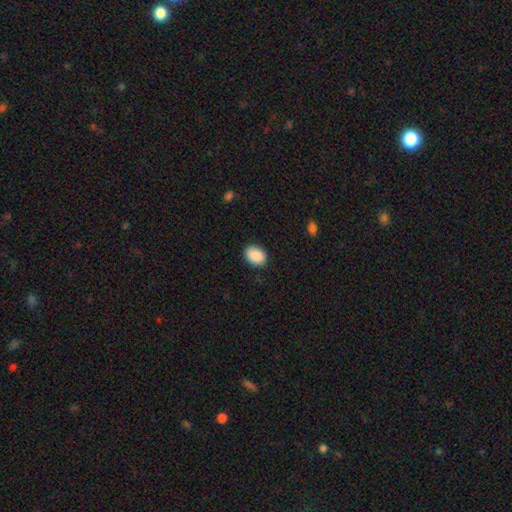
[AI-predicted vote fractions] smooth-or-featured: smooth: 90% | star or artifact: 7% | featured or disk: 3%
  how-rounded: in between: 76% | round: 23% | cigar-shaped: 1%
  merging: none: 88% | minor disturbance: 9% | major disturbance: 2% | merger: 1%